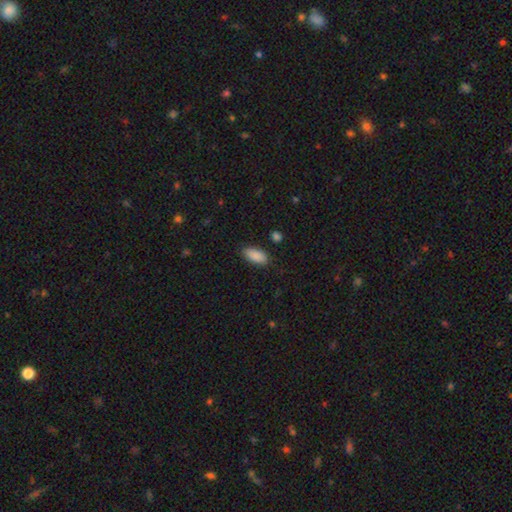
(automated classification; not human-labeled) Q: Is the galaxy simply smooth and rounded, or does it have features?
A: smooth — 89%.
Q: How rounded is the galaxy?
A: in between — 89%.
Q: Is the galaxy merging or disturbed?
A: none — 86%.